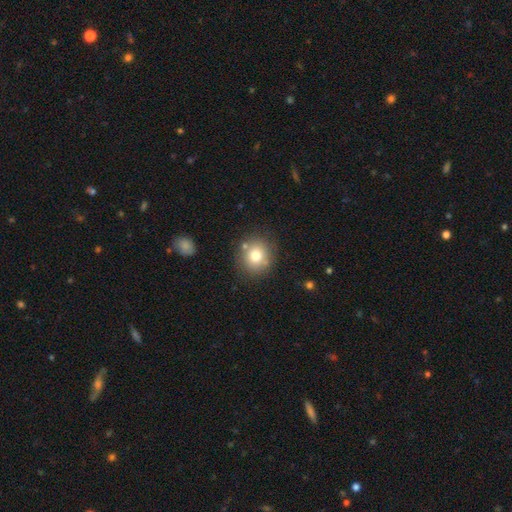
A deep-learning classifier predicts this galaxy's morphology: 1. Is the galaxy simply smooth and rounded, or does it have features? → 76% smooth, 12% featured or disk, 12% star or artifact.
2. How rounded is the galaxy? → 85% round, 14% in between, 1% cigar-shaped.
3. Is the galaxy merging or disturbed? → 81% none, 10% minor disturbance, 5% merger, 3% major disturbance.